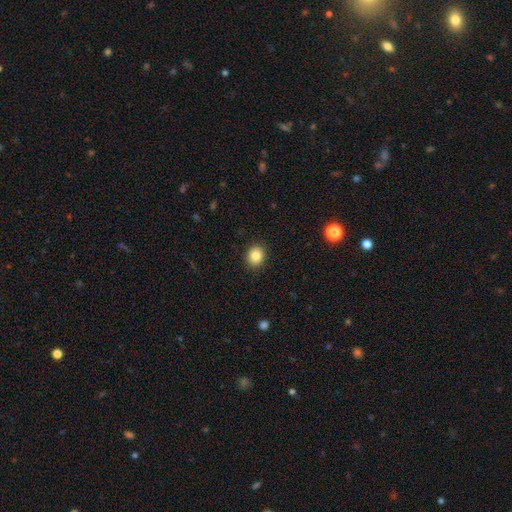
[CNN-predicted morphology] A smooth galaxy with no disk features (84%) that is round (71%). Merging: none (91%).